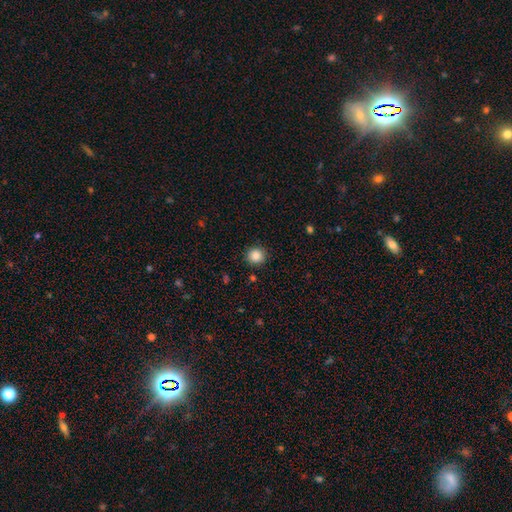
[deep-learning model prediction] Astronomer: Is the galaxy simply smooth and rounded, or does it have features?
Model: smooth — 87%.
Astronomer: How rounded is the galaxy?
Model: round — 91%.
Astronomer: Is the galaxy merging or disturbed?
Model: none — 90%.